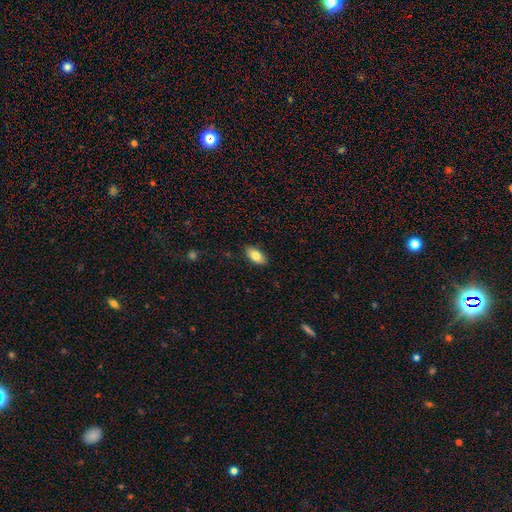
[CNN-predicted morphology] A smooth galaxy with no disk features (81%) that is in between round and cigar-shaped (92%). Merging: none (87%).